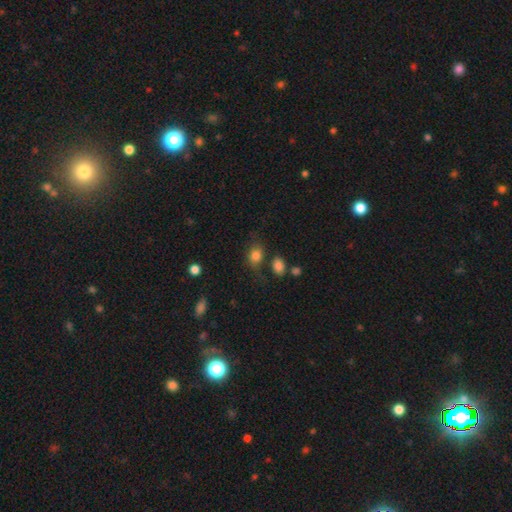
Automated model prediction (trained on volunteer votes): Morphology: type=smooth (80%); roundness=in between (56%); merging=none (59%).